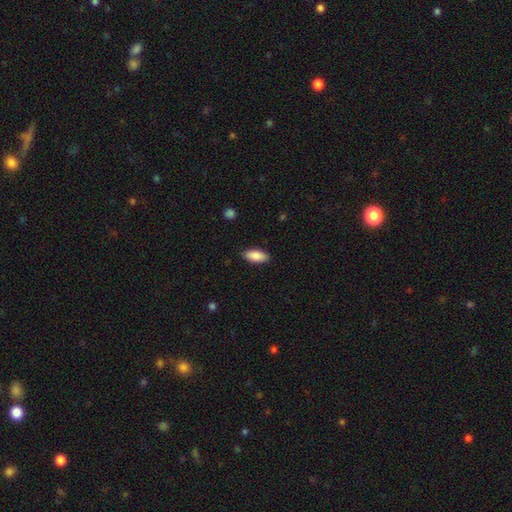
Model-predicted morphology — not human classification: type=smooth (88%); roundness=in between (88%); merging=none (87%).